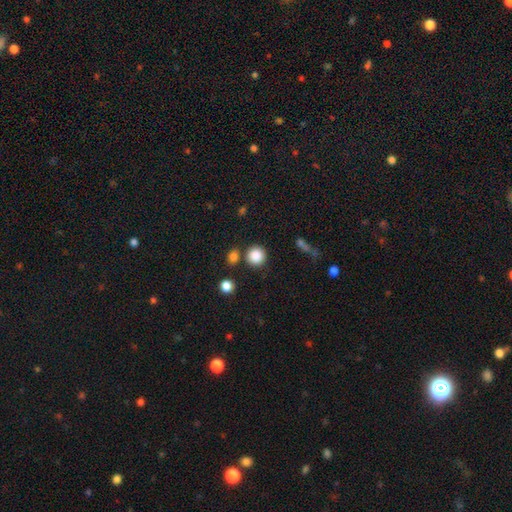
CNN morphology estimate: Smooth or featured? Predicted: smooth (p=0.86). How rounded? Predicted: round (p=0.92). Merging? Predicted: none (p=0.79).